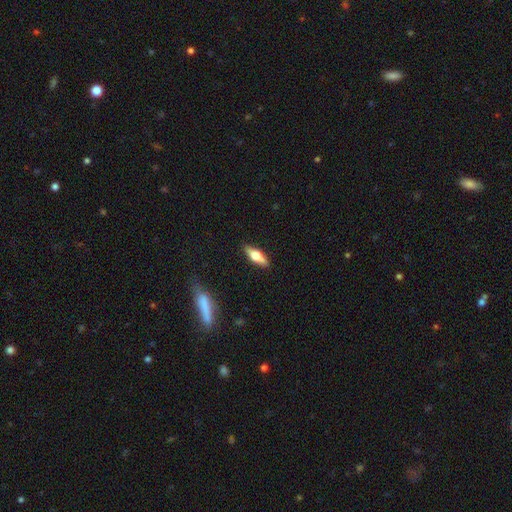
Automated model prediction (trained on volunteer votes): Smooth or featured? smooth (50%)
How rounded? in between (52%)
Merging? none (87%)